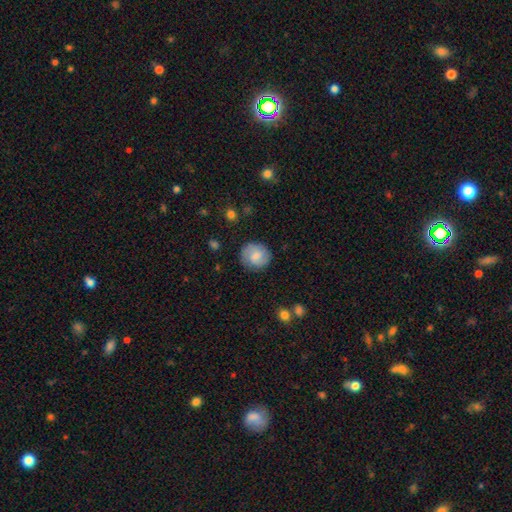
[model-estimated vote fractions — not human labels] Smooth or featured? Predicted: smooth (p=0.58). How rounded? Predicted: round (p=0.83). Merging? Predicted: none (p=0.83).